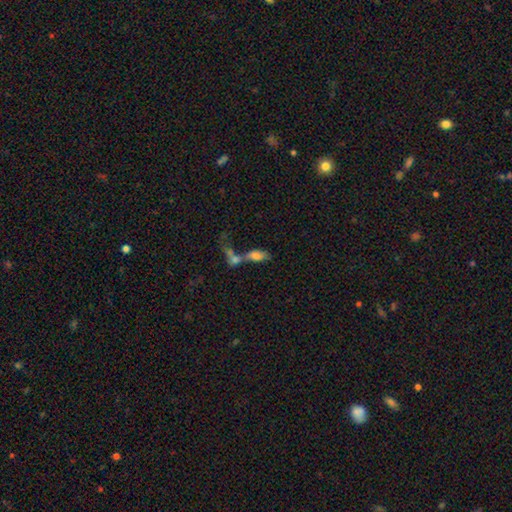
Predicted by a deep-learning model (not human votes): Morphology: type=smooth (65%); roundness=in between (73%); merging=merger (69%).